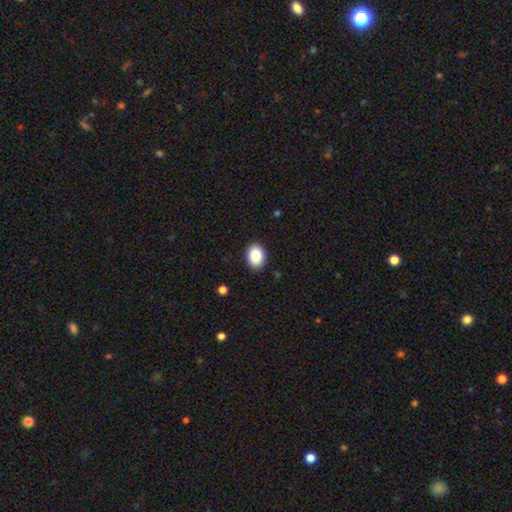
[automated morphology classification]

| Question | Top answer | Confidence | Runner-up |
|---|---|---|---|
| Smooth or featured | smooth | 89% | star or artifact (8%) |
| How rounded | in between | 78% | round (21%) |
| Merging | none | 89% | minor disturbance (8%) |